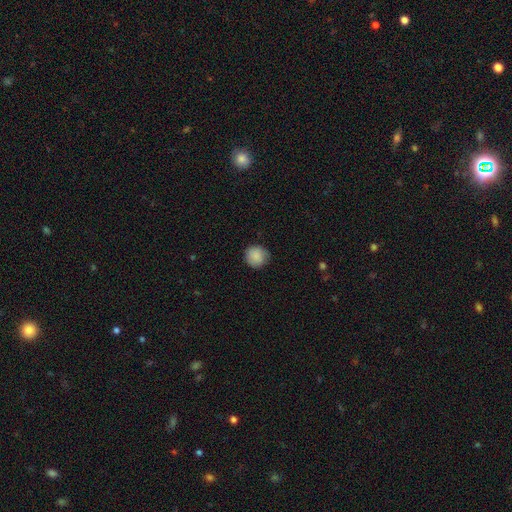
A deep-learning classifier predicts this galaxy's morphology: Q: Smooth or featured?
A: smooth (86%); runner-up: star or artifact (7%)
Q: How rounded?
A: round (91%); runner-up: in between (8%)
Q: Merging?
A: none (82%); runner-up: minor disturbance (14%)